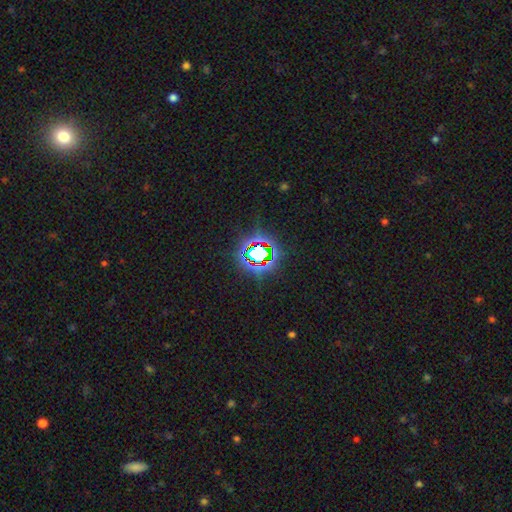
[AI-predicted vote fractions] This is likely a star or artifact rather than a galaxy (74%).